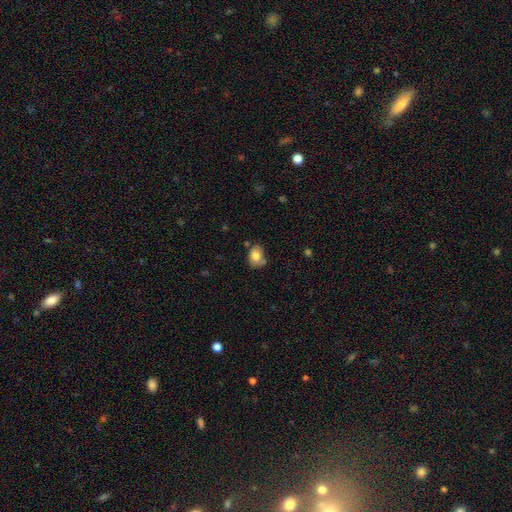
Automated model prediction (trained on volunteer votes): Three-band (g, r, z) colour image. It shows a smooth galaxy with no disk features (80%) that is in between round and cigar-shaped (65%). Merging: none (65%).